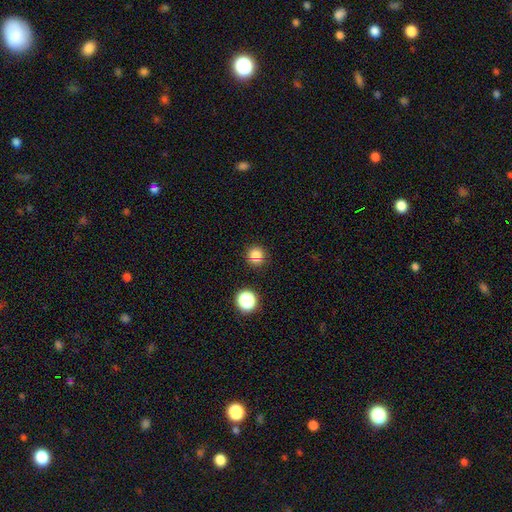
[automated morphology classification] Smooth or featured: smooth — 80% (star or artifact — 14%)
How rounded: round — 91% (in between — 8%)
Merging: none — 81% (minor disturbance — 10%)